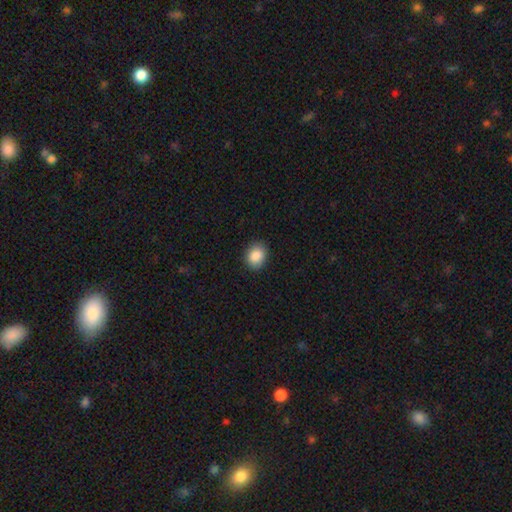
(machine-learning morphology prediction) Smooth or featured: smooth — 88% (star or artifact — 8%)
How rounded: in between — 60% (round — 39%)
Merging: none — 87% (minor disturbance — 10%)